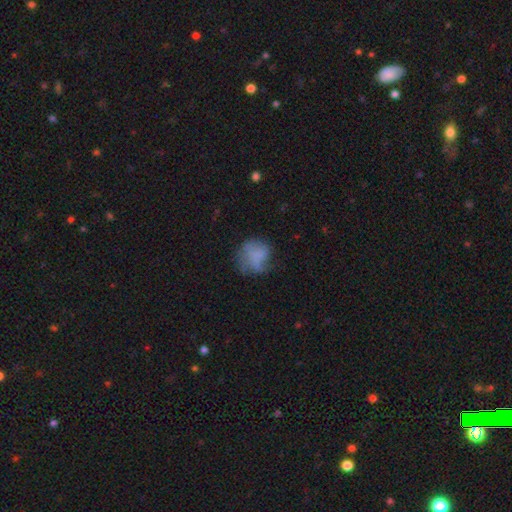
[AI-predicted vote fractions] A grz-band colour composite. It shows a smooth galaxy with no disk features (65%) that is round (69%). Merging: none (43%).